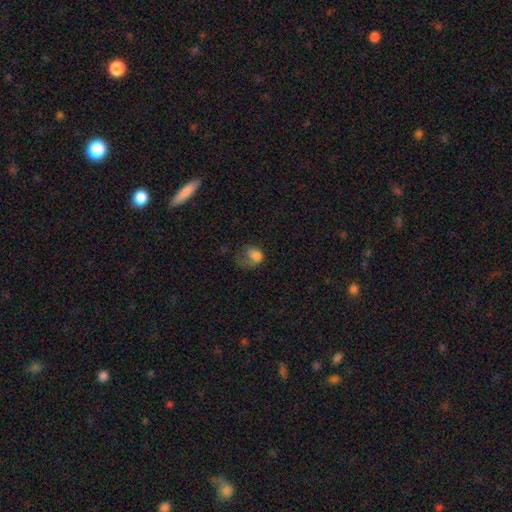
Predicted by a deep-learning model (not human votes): This is likely a smooth galaxy (70%). How rounded: likely in between (61%). Merging: possibly major disturbance (55%).